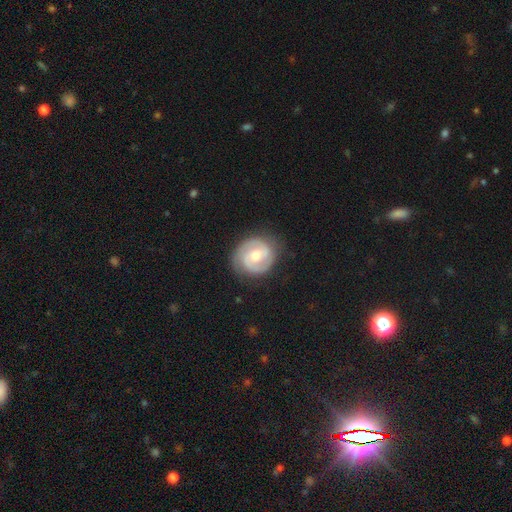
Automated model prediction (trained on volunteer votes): smooth_or_featured: featured or disk (p=0.81) [alt: smooth p=0.14]
disk_edge_on: no (p=0.98) [alt: yes p=0.02]
bar: weak (p=0.49) [alt: no p=0.37]
has_spiral_arms: yes (p=0.94) [alt: no p=0.06]
spiral_winding: tight (p=0.54) [alt: medium p=0.37]
spiral_arm_count: 2 (p=0.83) [alt: can't tell p=0.07]
bulge_size: moderate (p=0.62) [alt: small p=0.31]
merging: none (p=0.80) [alt: minor disturbance p=0.14]